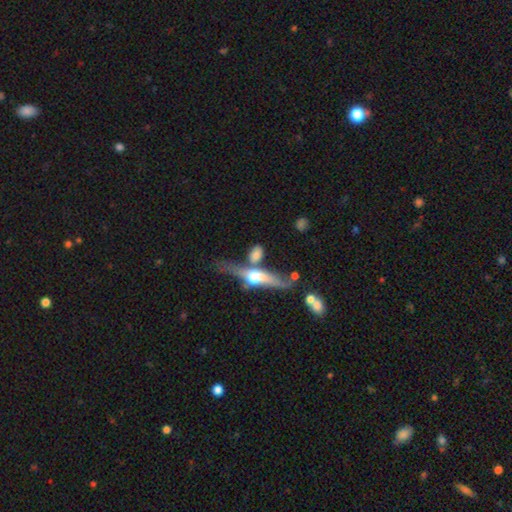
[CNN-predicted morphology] smooth-or-featured: featured or disk: 58% | smooth: 33% | star or artifact: 8%
  disk-edge-on: yes: 83% | no: 17%
  merging: none: 44% | merger: 29% | minor disturbance: 16% | major disturbance: 11%